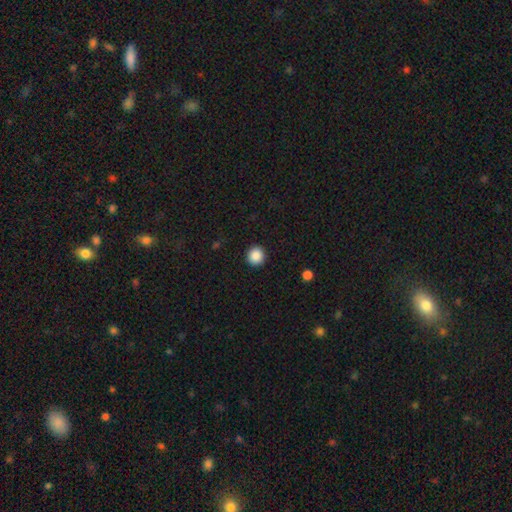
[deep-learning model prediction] smooth-or-featured: smooth: 88% | star or artifact: 9% | featured or disk: 3%
  how-rounded: round: 94% | in between: 5% | cigar-shaped: 1%
  merging: none: 92% | minor disturbance: 5% | major disturbance: 2% | merger: 1%